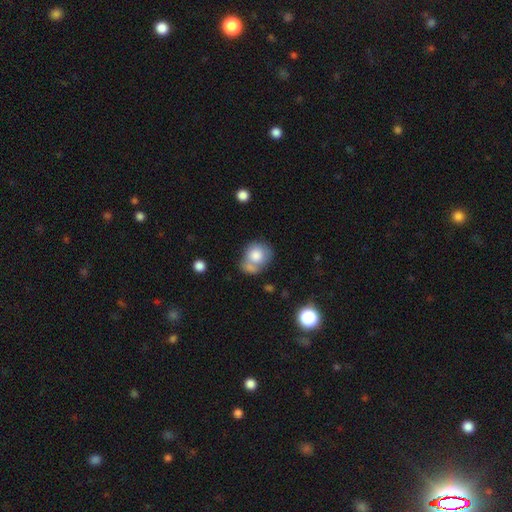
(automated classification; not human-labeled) A smooth galaxy with no disk features (76%) that is round (69%). Merging: none (37%).